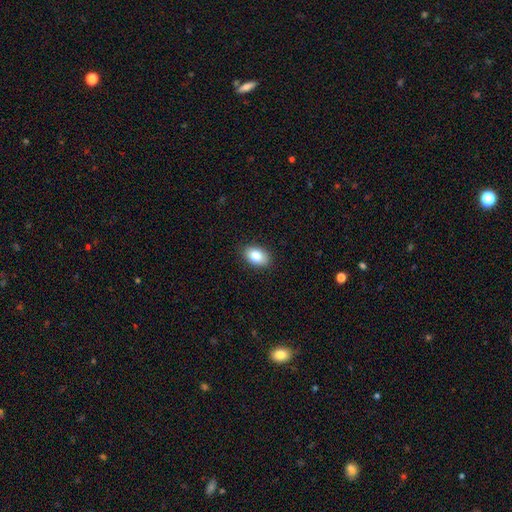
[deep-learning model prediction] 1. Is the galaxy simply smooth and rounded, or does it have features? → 84% smooth, 9% featured or disk, 8% star or artifact.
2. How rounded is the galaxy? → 87% in between, 11% round, 1% cigar-shaped.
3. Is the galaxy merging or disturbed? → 89% none, 8% minor disturbance, 2% major disturbance, 1% merger.